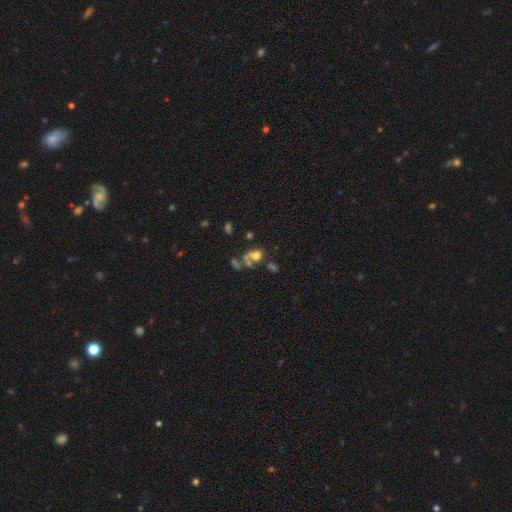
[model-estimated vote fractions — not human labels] Smooth or featured? Predicted: smooth (p=0.52). How rounded? Predicted: round (p=0.56). Merging? Predicted: merger (p=0.46).